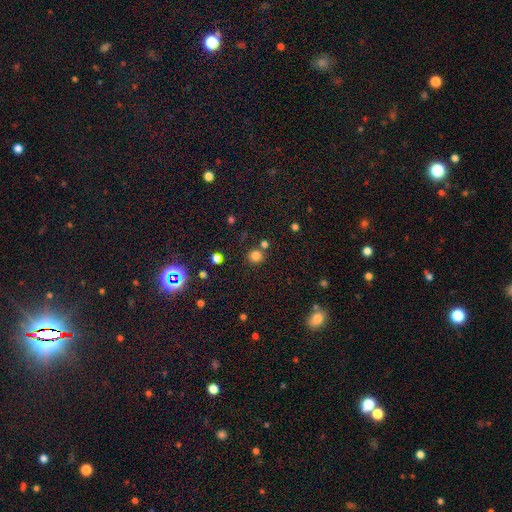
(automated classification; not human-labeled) A smooth galaxy with no disk features (78%) that is round (89%). Merging: none (76%).